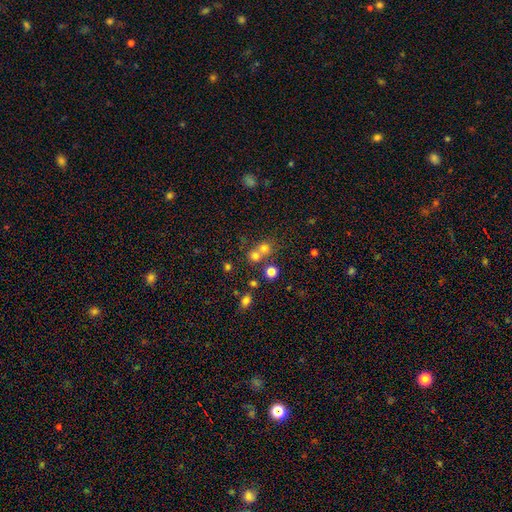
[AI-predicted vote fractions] Smooth or featured: smooth — 68% (star or artifact — 20%)
How rounded: round — 84% (in between — 15%)
Merging: merger — 47% (none — 45%)